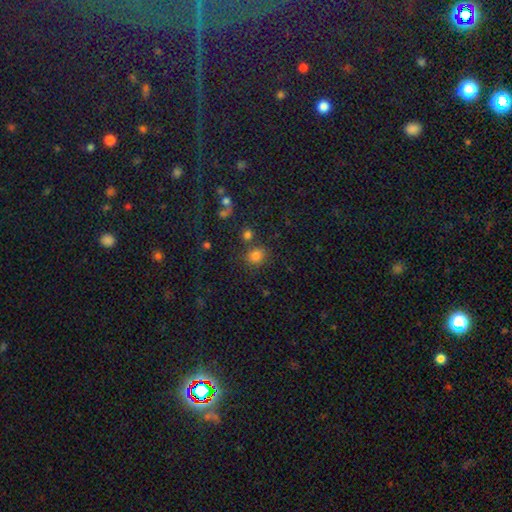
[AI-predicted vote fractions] smooth-or-featured: smooth: 77% | star or artifact: 17% | featured or disk: 6%
  how-rounded: round: 70% | in between: 29% | cigar-shaped: 1%
  merging: none: 71% | minor disturbance: 12% | merger: 12% | major disturbance: 5%